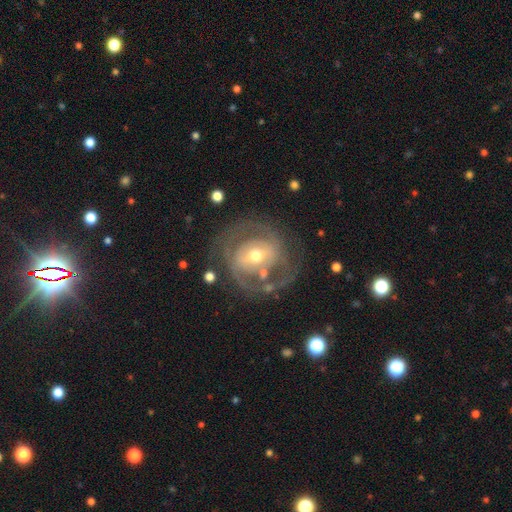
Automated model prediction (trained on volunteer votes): This is likely a featured or disk galaxy (76%). It is clearly not viewed edge-on (97%). Bar: possibly no (45%). Spiral arm pattern: likely yes (64%). Central bulge: likely moderate (70%). Merging: likely none (65%).